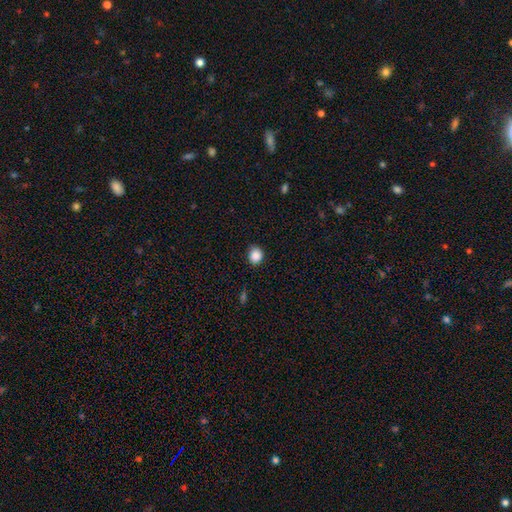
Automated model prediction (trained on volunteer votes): Morphology: type=smooth (87%); roundness=round (73%); merging=none (85%).